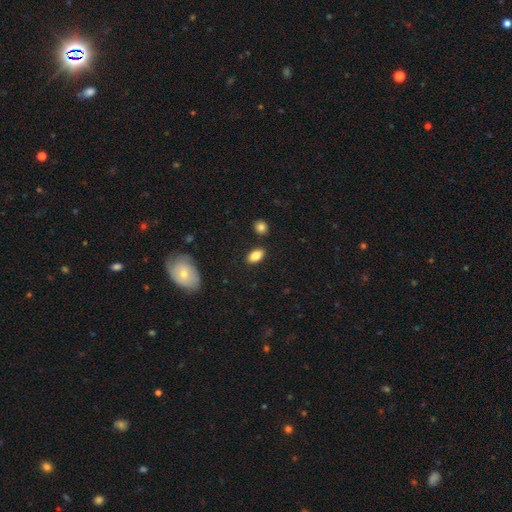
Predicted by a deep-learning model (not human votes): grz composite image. It shows a smooth galaxy with no disk features (84%) that is in between round and cigar-shaped (90%). Merging: none (85%).